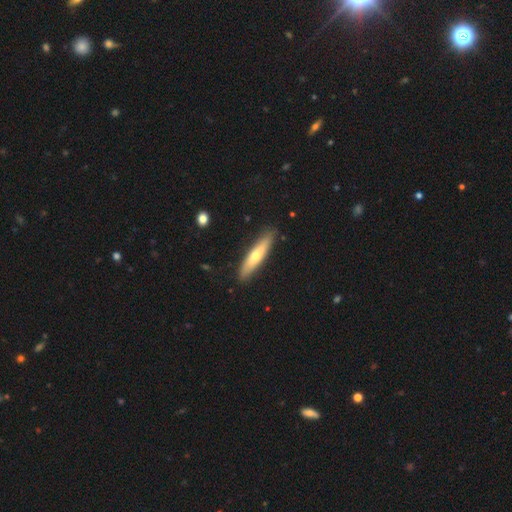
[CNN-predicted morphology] Smooth or featured: smooth — 56% (featured or disk — 39%)
How rounded: cigar-shaped — 84% (in between — 15%)
Merging: none — 88% (minor disturbance — 9%)